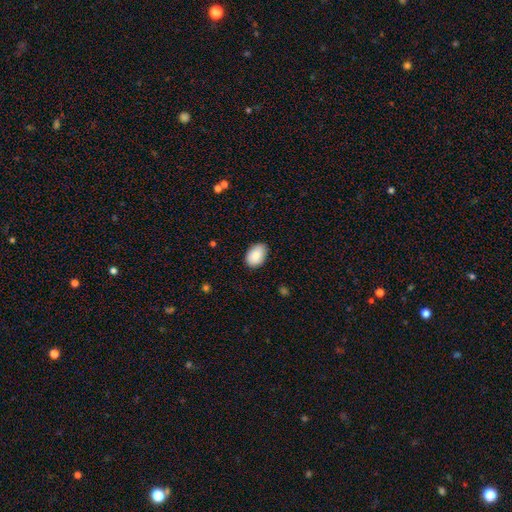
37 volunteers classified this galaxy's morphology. A smooth galaxy with no disk features (78%) that is in between round and cigar-shaped (90%).

Vote fractions:
- Smooth or featured? smooth: 78% / featured or disk: 16% / star or artifact: 5%
- How rounded? in between: 90% / round: 10% / cigar-shaped: 0%
- Merging? none: 69% / minor disturbance: 26% / major disturbance: 3% / merger: 3%